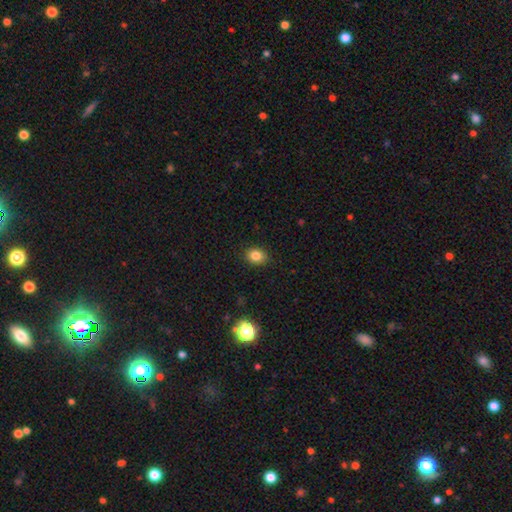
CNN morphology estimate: A smooth galaxy with no disk features (83%) that is round (51%).

Vote fractions:
- Smooth or featured? smooth: 83% / star or artifact: 12% / featured or disk: 5%
- How rounded? round: 51% / in between: 48% / cigar-shaped: 1%
- Merging? none: 88% / minor disturbance: 9% / major disturbance: 2% / merger: 1%